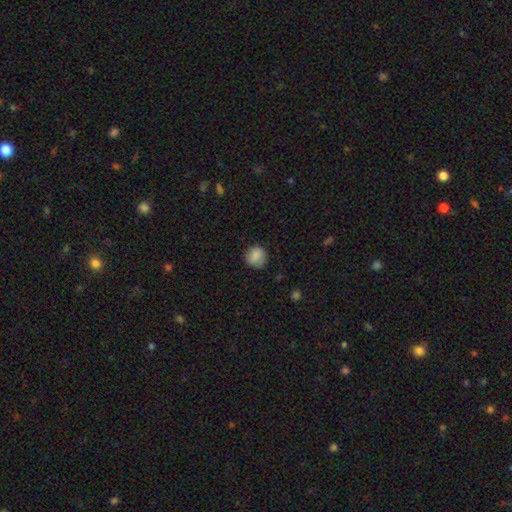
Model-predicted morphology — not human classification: A smooth galaxy with no disk features (84%) that is round (88%). Merging: none (80%).